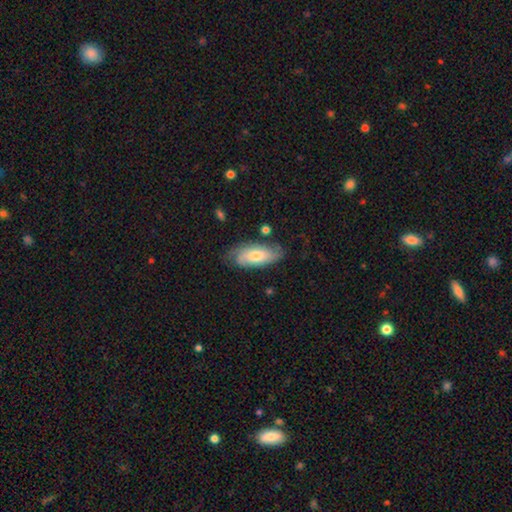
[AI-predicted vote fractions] Smooth or featured: smooth — 53% (featured or disk — 41%)
How rounded: in between — 82% (cigar-shaped — 15%)
Merging: none — 67% (minor disturbance — 24%)